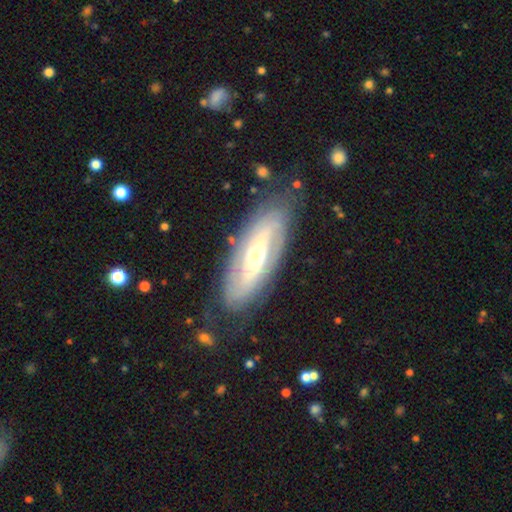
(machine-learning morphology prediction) type=featured or disk (76%); edge-on=no (82%); bar=no (43%); spiral arms=yes (68%); bulge=moderate (69%); merging=none (81%).